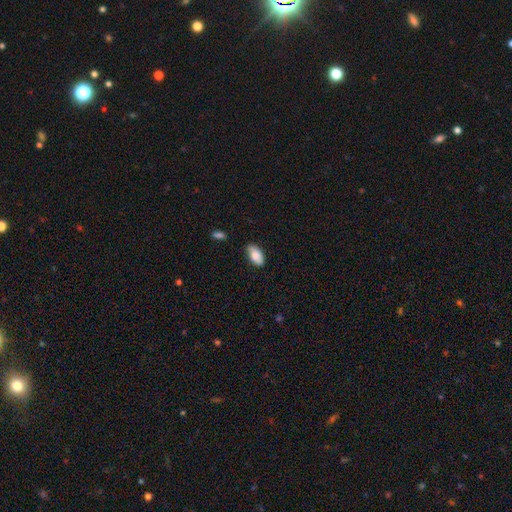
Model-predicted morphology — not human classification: Smooth or featured? Predicted: smooth (p=0.84). How rounded? Predicted: in between (p=0.94). Merging? Predicted: none (p=0.79).